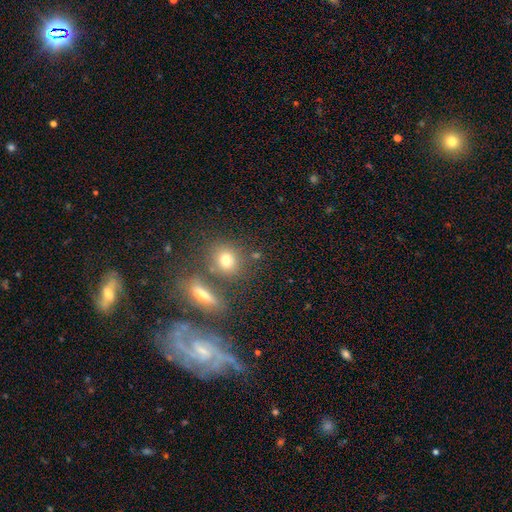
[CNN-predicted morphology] Overall: smooth (58%; featured or disk 21%). How rounded: round (69%). Merging: none (69%).